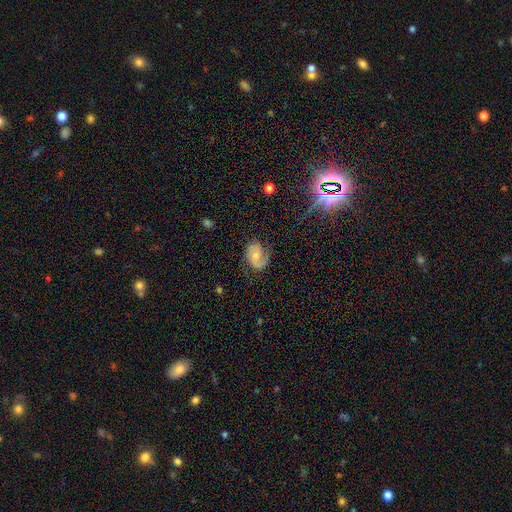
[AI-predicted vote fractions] smooth-or-featured: featured or disk: 68% | smooth: 24% | star or artifact: 8%
  disk-edge-on: no: 97% | yes: 3%
    bar: no: 58% | weak: 35% | strong: 7%
    has-spiral-arms: yes: 93% | no: 7%
      spiral-winding: medium: 46% | tight: 28% | loose: 26%
      spiral-arm-count: 2: 67% | 1: 23% | can't tell: 7% | 3: 1% | 4: 1% | more than 4: 1%
    bulge-size: small: 46% | moderate: 42% | none: 8% | large: 3% | dominant: 1%
  merging: none: 66% | minor disturbance: 21% | major disturbance: 11% | merger: 1%